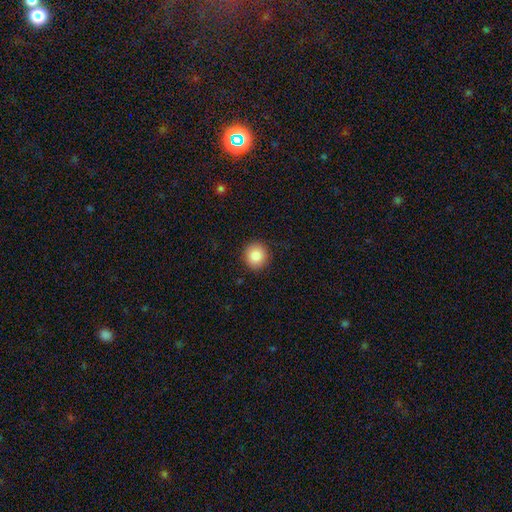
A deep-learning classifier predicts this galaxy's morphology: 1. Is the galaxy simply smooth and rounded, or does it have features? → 85% smooth, 9% star or artifact, 6% featured or disk.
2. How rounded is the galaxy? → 90% round, 9% in between, 1% cigar-shaped.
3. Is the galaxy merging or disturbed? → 90% none, 7% minor disturbance, 2% major disturbance, 1% merger.